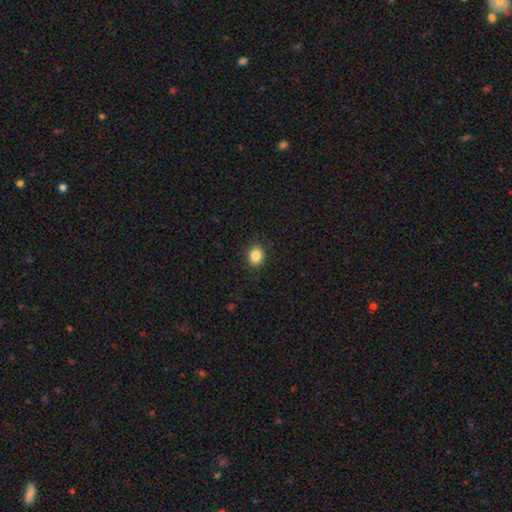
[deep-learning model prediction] The model was most divided on "how rounded": round: 65%, in between: 34%, cigar-shaped: 1%. More confident: merging — none (89%); smooth or featured — smooth (86%).